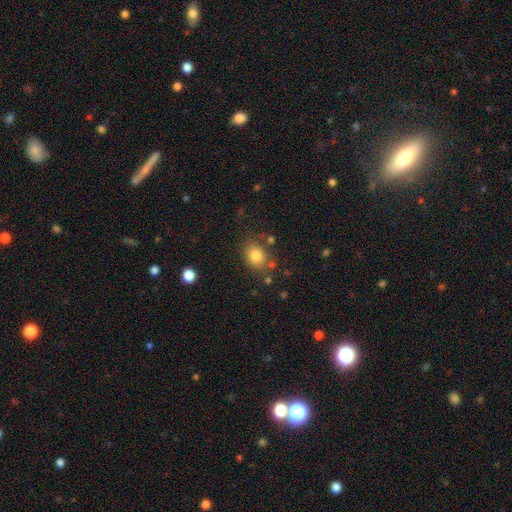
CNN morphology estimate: Smooth or featured?
  - smooth: 81% *
  - star or artifact: 11%
  - featured or disk: 8%
How rounded?
  - round: 54% *
  - in between: 45%
  - cigar-shaped: 1%
Merging?
  - none: 76% *
  - minor disturbance: 14%
  - merger: 6%
  - major disturbance: 5%